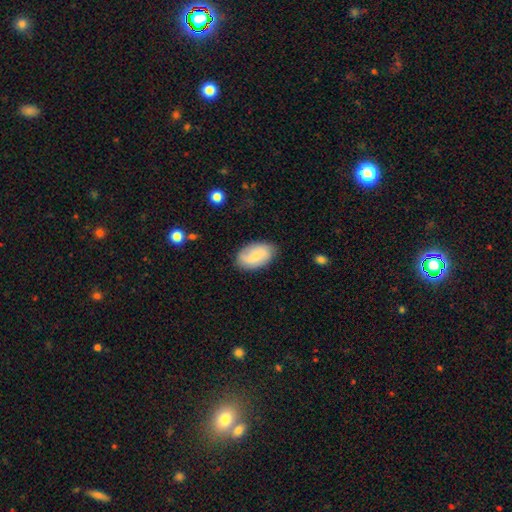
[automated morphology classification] Overall: smooth (52%; featured or disk 41%). How rounded: in between (92%). Merging: none (82%).